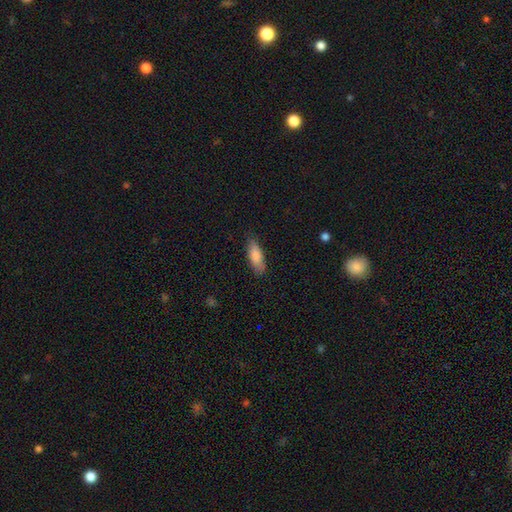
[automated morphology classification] Overall: smooth (85%). How rounded: in between (64%; cigar-shaped 34%). Merging: none (81%).